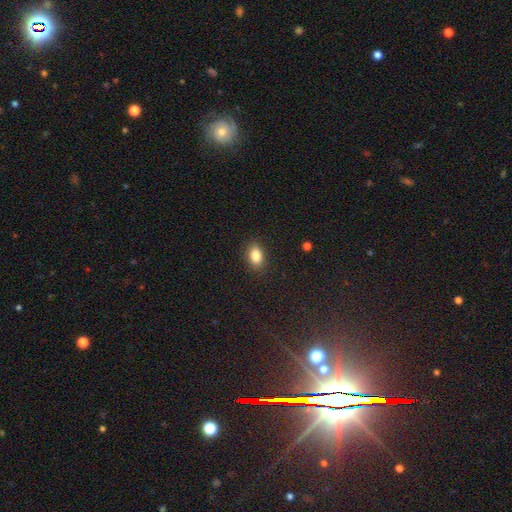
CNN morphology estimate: A smooth galaxy with no disk features (86%) that is in between round and cigar-shaped (85%). Merging: none (87%).